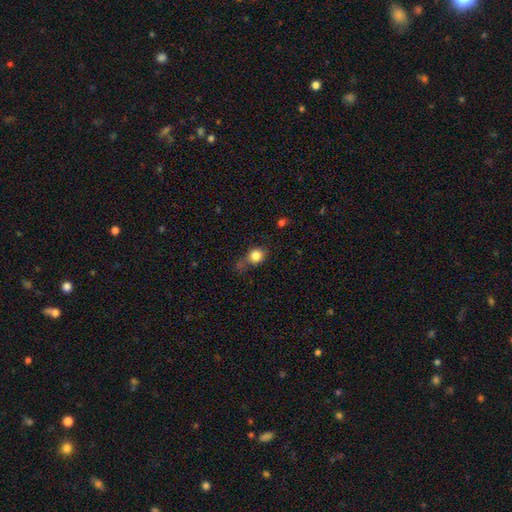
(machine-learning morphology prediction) smooth 82%, star or artifact 11%, featured or disk 7%. Down the decision tree: how rounded — round (75%); merging — none (52%).